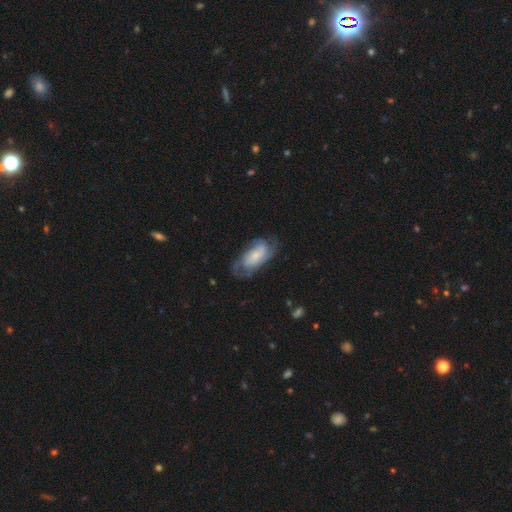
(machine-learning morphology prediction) Overall: featured or disk (66%; smooth 28%). Edge-on disk: no (94%). Bar: no (58%; weak 32%). Spiral arms: yes (89%). Spiral arm count: 2 (51%; can't tell 28%). Spiral winding: tight (44%; medium 41%). Bulge size: small (54%; moderate 27%). Merging: none (63%).